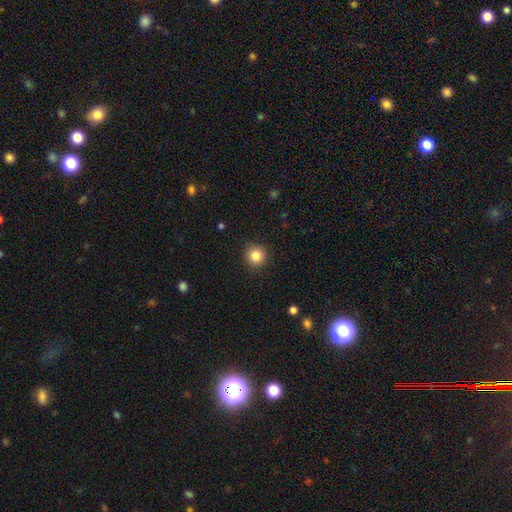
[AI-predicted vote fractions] A smooth galaxy with no disk features (84%) that is round (93%).

Vote fractions:
- Smooth or featured? smooth: 84% / star or artifact: 10% / featured or disk: 5%
- How rounded? round: 93% / in between: 6% / cigar-shaped: 1%
- Merging? none: 91% / minor disturbance: 6% / major disturbance: 2% / merger: 1%